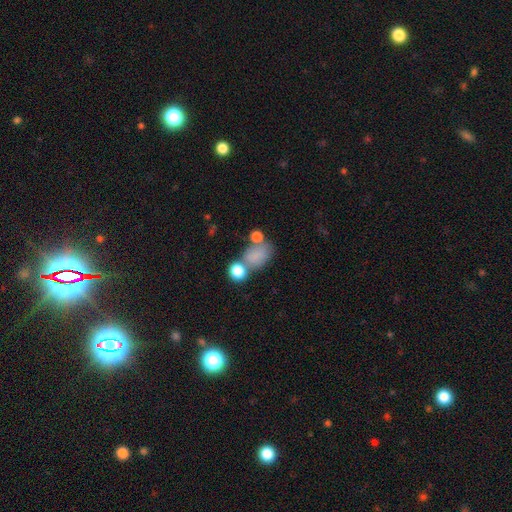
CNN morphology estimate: Smooth or featured?
  - smooth: 76% *
  - star or artifact: 12%
  - featured or disk: 12%
How rounded?
  - in between: 74% *
  - round: 25%
  - cigar-shaped: 2%
Merging?
  - none: 41% *
  - merger: 28%
  - minor disturbance: 19%
  - major disturbance: 12%